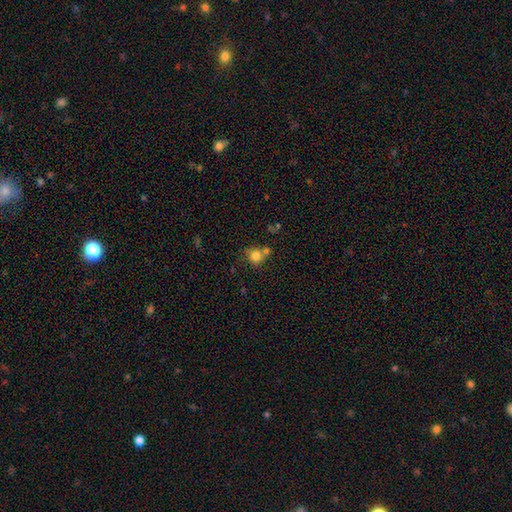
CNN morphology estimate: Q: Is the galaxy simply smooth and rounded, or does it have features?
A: smooth — 80%.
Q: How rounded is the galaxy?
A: round — 87%.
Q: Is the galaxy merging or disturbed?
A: none — 56%.